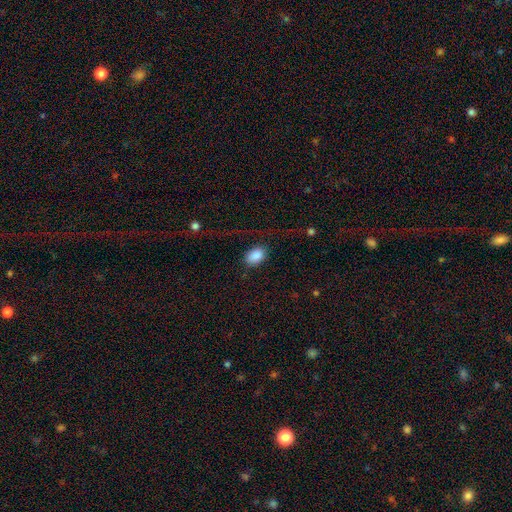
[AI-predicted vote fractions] smooth-or-featured: smooth: 86% | star or artifact: 8% | featured or disk: 7%
  how-rounded: in between: 86% | round: 13% | cigar-shaped: 1%
  merging: none: 70% | major disturbance: 14% | minor disturbance: 13% | merger: 2%